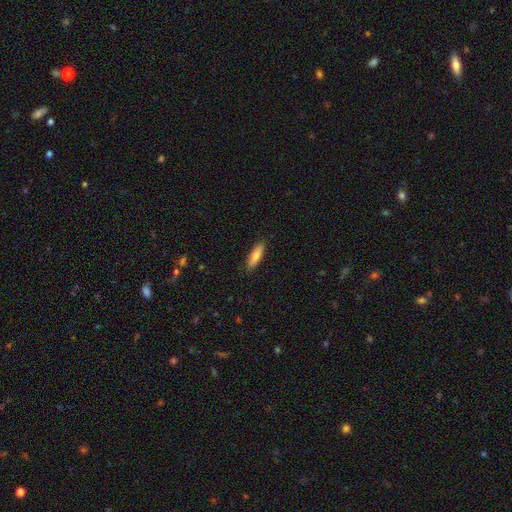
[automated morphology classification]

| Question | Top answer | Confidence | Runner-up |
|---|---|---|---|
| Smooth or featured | smooth | 78% | featured or disk (16%) |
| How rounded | cigar-shaped | 57% | in between (41%) |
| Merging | none | 89% | minor disturbance (8%) |